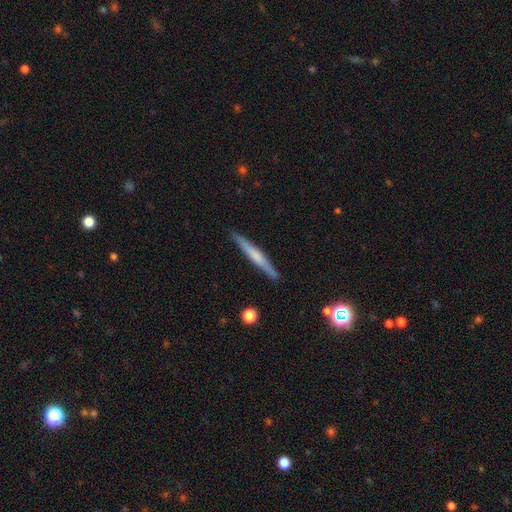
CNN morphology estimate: type=featured or disk (56%); edge-on=yes (97%); edge-on bulge=rounded (45%); merging=none (90%).